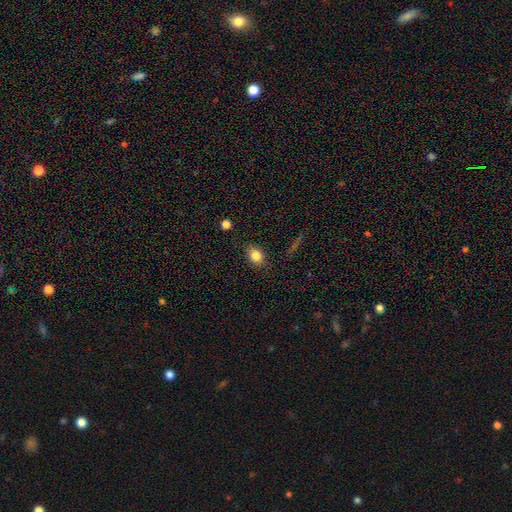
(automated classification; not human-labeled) smooth-or-featured: smooth: 83% | star or artifact: 10% | featured or disk: 8%
  how-rounded: in between: 61% | round: 38% | cigar-shaped: 2%
  merging: none: 82% | minor disturbance: 13% | major disturbance: 3% | merger: 2%